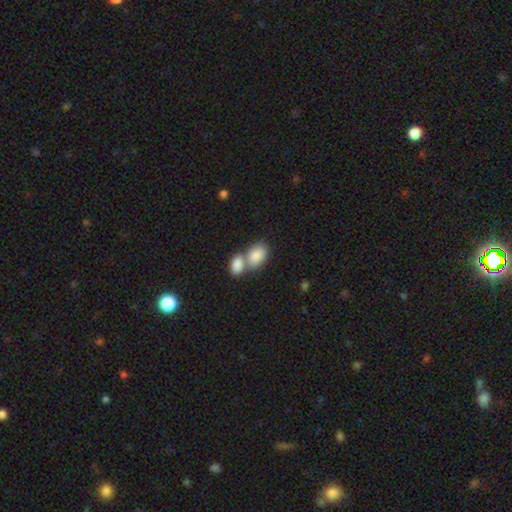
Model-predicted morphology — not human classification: Overall: smooth (85%). How rounded: in between (87%). Merging: merger (62%; none 27%).